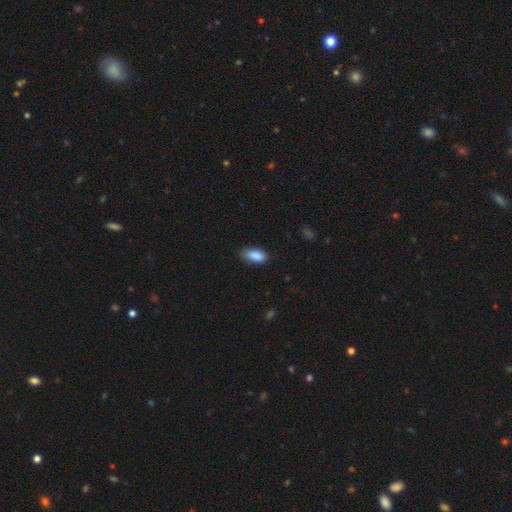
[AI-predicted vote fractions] Smooth or featured? smooth (90%)
How rounded? in between (91%)
Merging? none (77%)